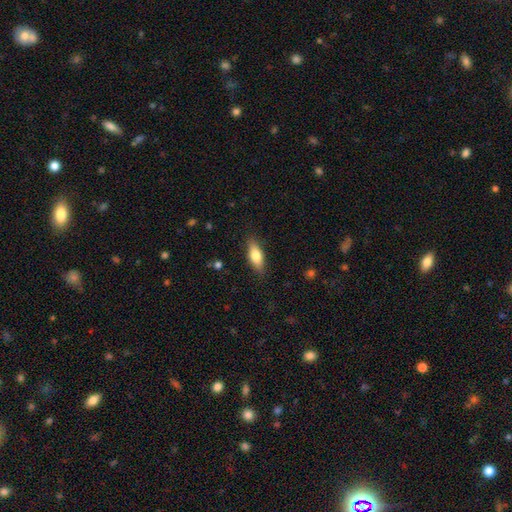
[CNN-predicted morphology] smooth_or_featured: smooth (p=0.72) [alt: featured or disk p=0.22]
how_rounded: in between (p=0.70) [alt: cigar-shaped p=0.27]
merging: none (p=0.85) [alt: minor disturbance p=0.11]